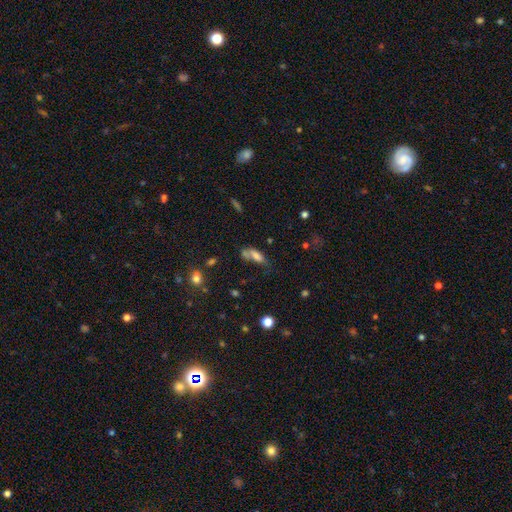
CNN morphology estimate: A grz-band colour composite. It shows a smooth galaxy with no disk features (69%) that is in between round and cigar-shaped (73%). Merging: merger (30%, tied with none).